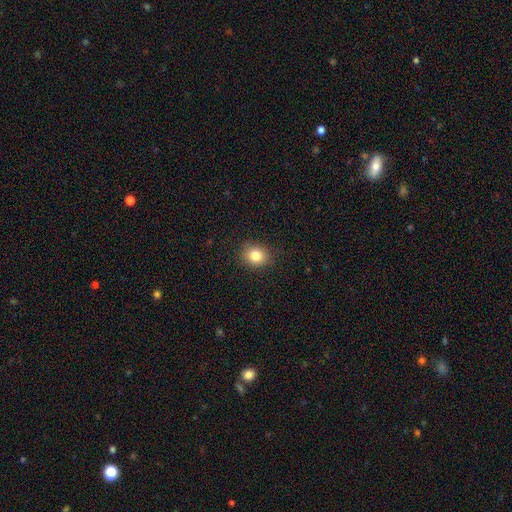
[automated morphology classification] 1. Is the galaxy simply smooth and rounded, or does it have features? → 82% smooth, 11% star or artifact, 7% featured or disk.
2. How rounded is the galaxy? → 62% round, 37% in between, 1% cigar-shaped.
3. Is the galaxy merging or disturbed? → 87% none, 9% minor disturbance, 2% major disturbance, 1% merger.